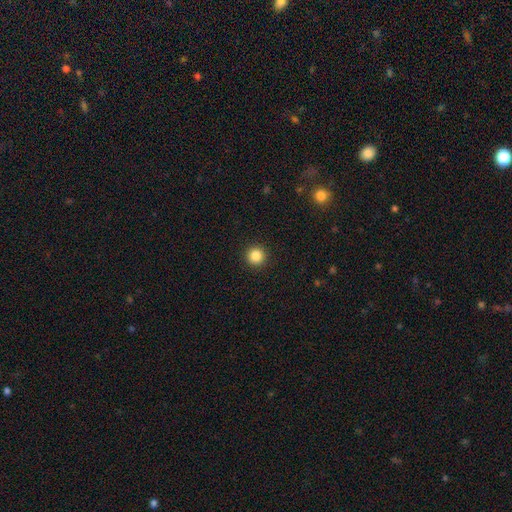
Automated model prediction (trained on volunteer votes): This appears to be a smooth galaxy with no disk features (86%) that is round (96%). Merging: none (93%).